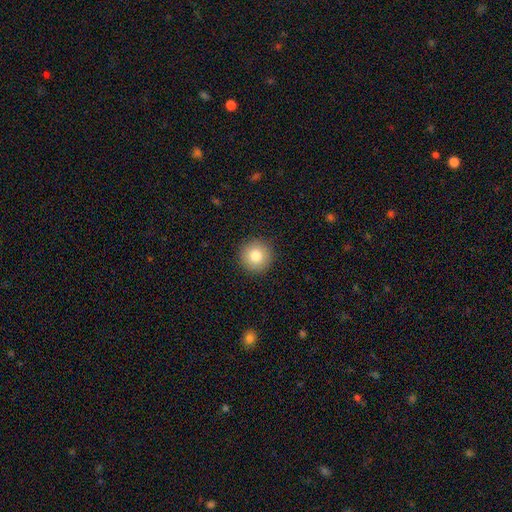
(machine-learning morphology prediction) The model was most divided on "smooth or featured": smooth: 81%, star or artifact: 10%, featured or disk: 9%. More confident: how rounded — round (96%); merging — none (92%).